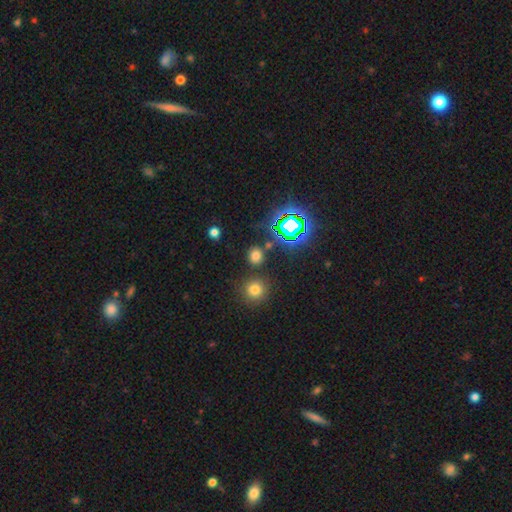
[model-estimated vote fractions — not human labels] Morphology: type=smooth (61%); roundness=round (80%); merging=none (83%).